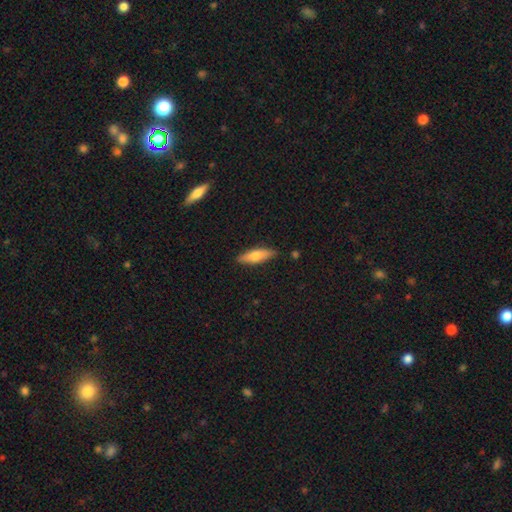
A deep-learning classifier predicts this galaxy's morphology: This is likely a smooth galaxy (65%). How rounded: possibly cigar-shaped (49%, tied with in between). Merging: clearly none (86%).